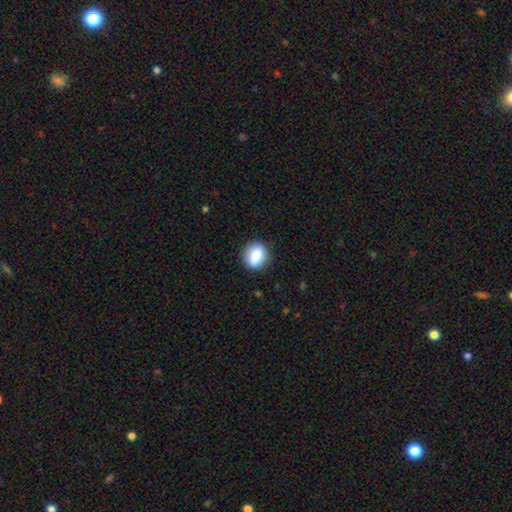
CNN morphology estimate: This appears to be a smooth galaxy with no disk features (85%) that is round (52%). Merging: none (87%).